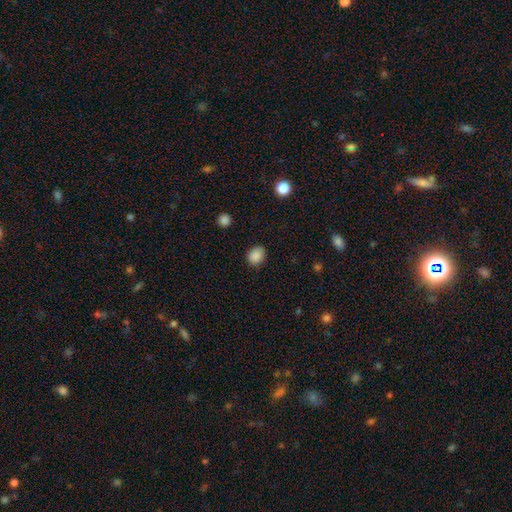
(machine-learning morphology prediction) Smooth or featured?
  - smooth: 87% *
  - star or artifact: 10%
  - featured or disk: 3%
How rounded?
  - round: 58% *
  - in between: 41%
  - cigar-shaped: 1%
Merging?
  - none: 85% *
  - minor disturbance: 11%
  - major disturbance: 3%
  - merger: 1%